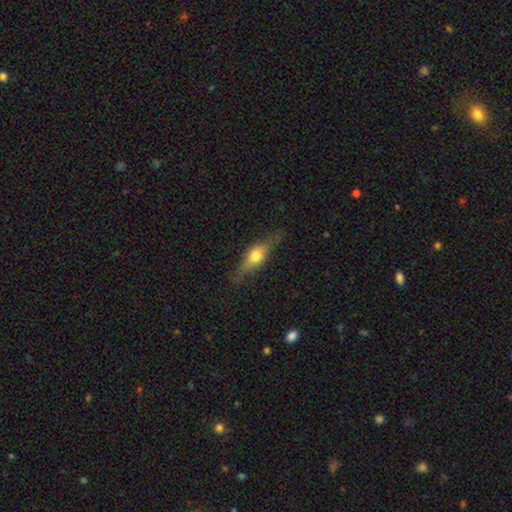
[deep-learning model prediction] smooth_or_featured: smooth (p=0.49) [alt: featured or disk p=0.43]
merging: none (p=0.74) [alt: minor disturbance p=0.19]